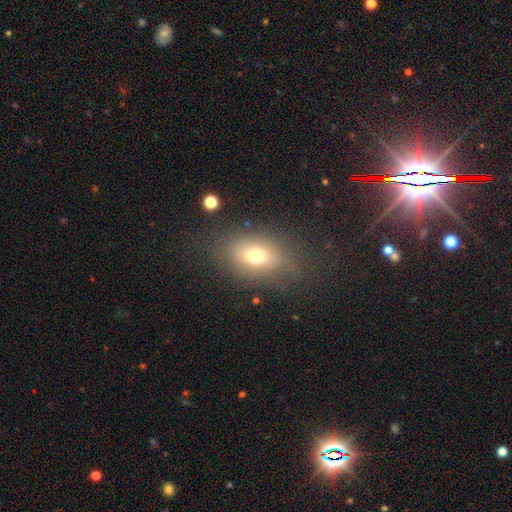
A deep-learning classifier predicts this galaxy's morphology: Smooth or featured? smooth (69%)
How rounded? in between (72%)
Merging? none (74%)